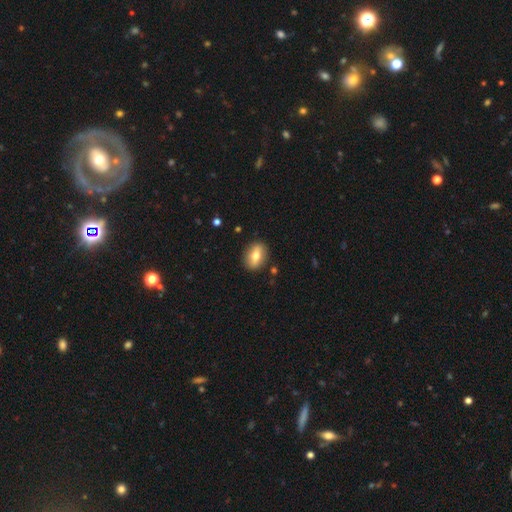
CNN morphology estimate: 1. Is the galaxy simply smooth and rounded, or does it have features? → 61% smooth, 32% featured or disk, 7% star or artifact.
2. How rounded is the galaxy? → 71% in between, 25% round, 4% cigar-shaped.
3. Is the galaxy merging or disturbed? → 88% none, 8% minor disturbance, 2% major disturbance, 1% merger.